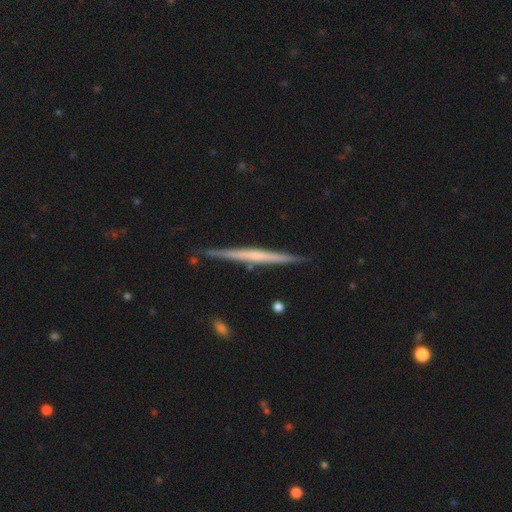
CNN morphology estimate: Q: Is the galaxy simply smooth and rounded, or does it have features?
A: featured or disk — 65%.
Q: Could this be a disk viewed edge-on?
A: yes — 98%.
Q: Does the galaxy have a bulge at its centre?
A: none — 74%.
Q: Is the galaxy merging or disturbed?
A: none — 89%.